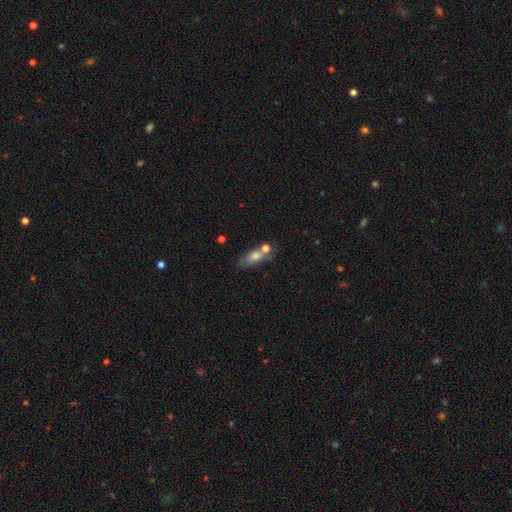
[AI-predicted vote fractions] Overall: smooth (69%). How rounded: in between (72%). Merging: merger (40%; none 38%).